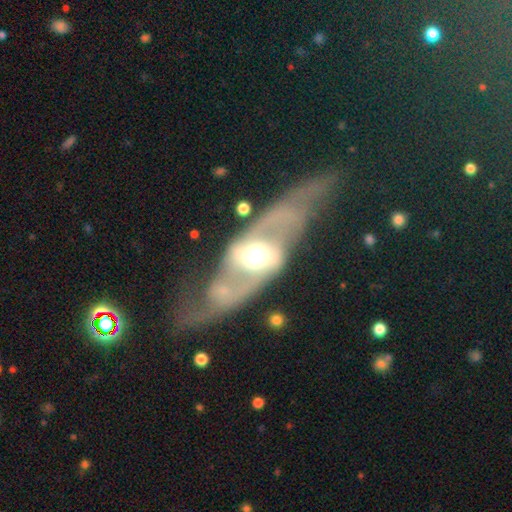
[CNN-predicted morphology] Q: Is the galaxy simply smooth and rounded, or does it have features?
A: featured or disk — 87%.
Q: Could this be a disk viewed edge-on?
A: no — 86%.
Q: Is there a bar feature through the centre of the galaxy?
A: strong — 37%.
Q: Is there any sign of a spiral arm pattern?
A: yes — 88%.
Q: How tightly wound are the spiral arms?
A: loose — 51%.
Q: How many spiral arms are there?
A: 2 — 91%.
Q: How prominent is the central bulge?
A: moderate — 66%.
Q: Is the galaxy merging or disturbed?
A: none — 56%.